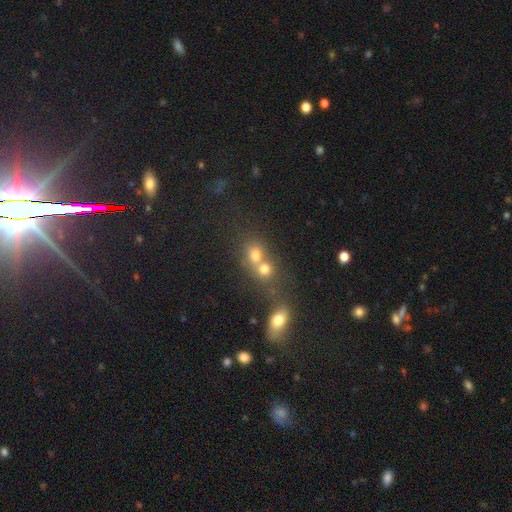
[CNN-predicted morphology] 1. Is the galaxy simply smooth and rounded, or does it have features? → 62% smooth, 22% star or artifact, 16% featured or disk.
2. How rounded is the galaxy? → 72% round, 26% in between, 2% cigar-shaped.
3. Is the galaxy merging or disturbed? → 57% merger, 33% none, 7% minor disturbance, 4% major disturbance.